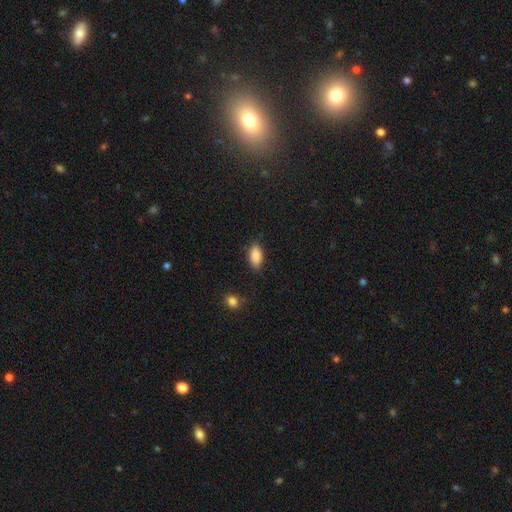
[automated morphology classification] A smooth galaxy with no disk features (88%) that is in between round and cigar-shaped (90%).

Vote fractions:
- Smooth or featured? smooth: 88% / star or artifact: 7% / featured or disk: 5%
- How rounded? in between: 90% / cigar-shaped: 7% / round: 3%
- Merging? none: 83% / minor disturbance: 13% / major disturbance: 3% / merger: 2%